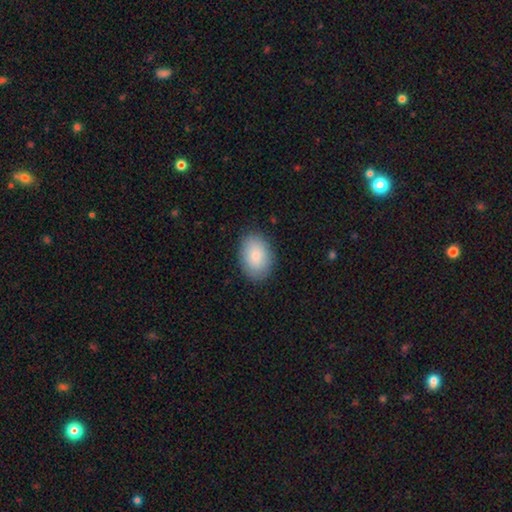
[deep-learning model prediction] Q: Smooth or featured?
A: smooth (84%); runner-up: featured or disk (9%)
Q: How rounded?
A: in between (84%); runner-up: round (15%)
Q: Merging?
A: none (87%); runner-up: minor disturbance (10%)